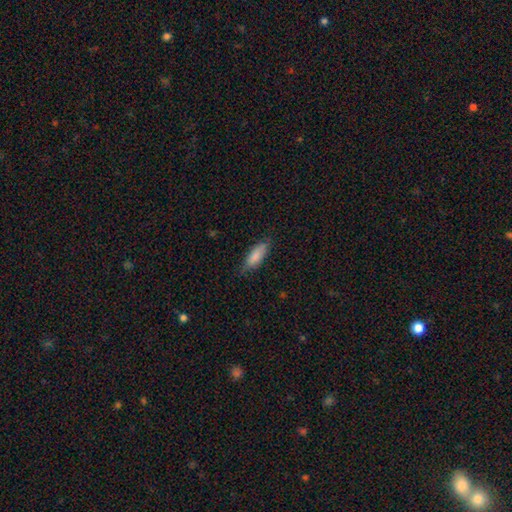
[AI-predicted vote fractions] A smooth galaxy with no disk features (83%) that is in between round and cigar-shaped (60%). Merging: none (73%).